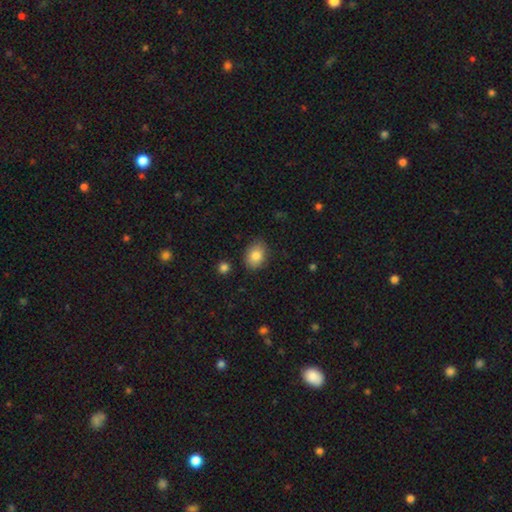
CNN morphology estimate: A smooth galaxy with no disk features (85%) that is in between round and cigar-shaped (66%). Merging: none (83%).